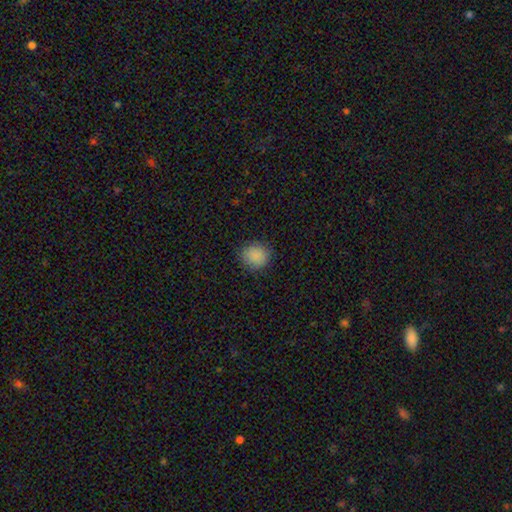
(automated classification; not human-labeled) smooth-or-featured: smooth: 87% | star or artifact: 9% | featured or disk: 4%
  how-rounded: round: 87% | in between: 12% | cigar-shaped: 1%
  merging: none: 88% | minor disturbance: 9% | major disturbance: 3% | merger: 1%